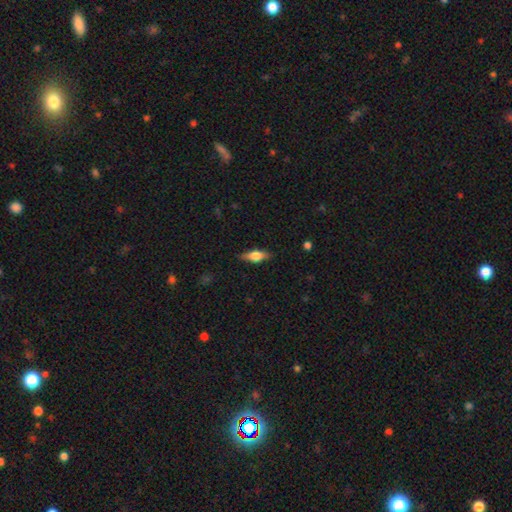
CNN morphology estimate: type=smooth (48%); merging=none (85%).